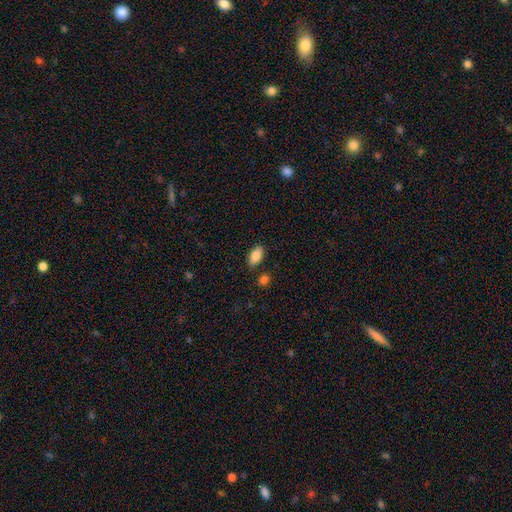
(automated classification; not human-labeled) Overall: smooth (86%). How rounded: in between (91%). Merging: none (85%).